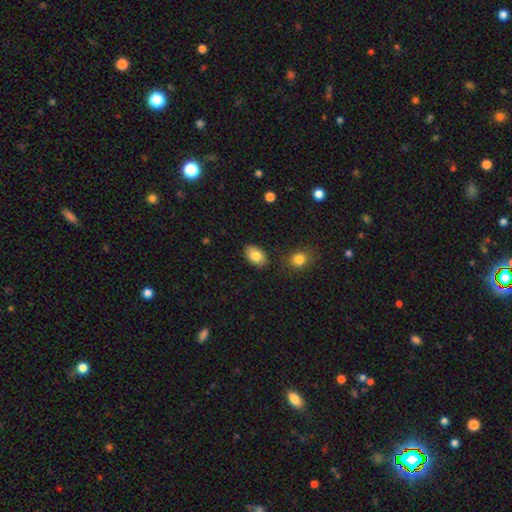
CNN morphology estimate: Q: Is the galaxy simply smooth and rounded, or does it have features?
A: smooth — 82%.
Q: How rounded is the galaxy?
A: in between — 88%.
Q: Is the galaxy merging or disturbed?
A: none — 83%.